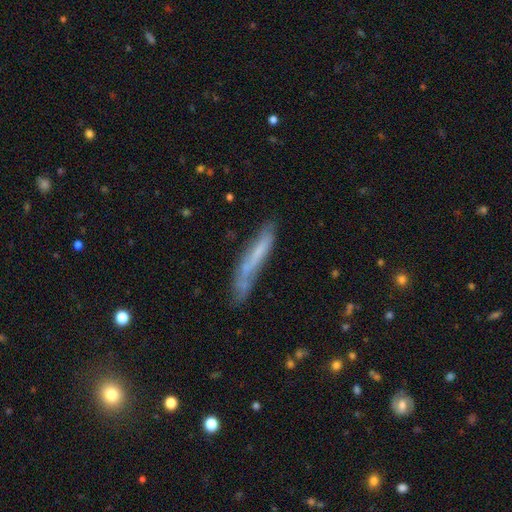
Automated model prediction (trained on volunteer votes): This appears to be a smooth galaxy with no disk features (54%) that is cigar-shaped (92%). Merging: none (59%).